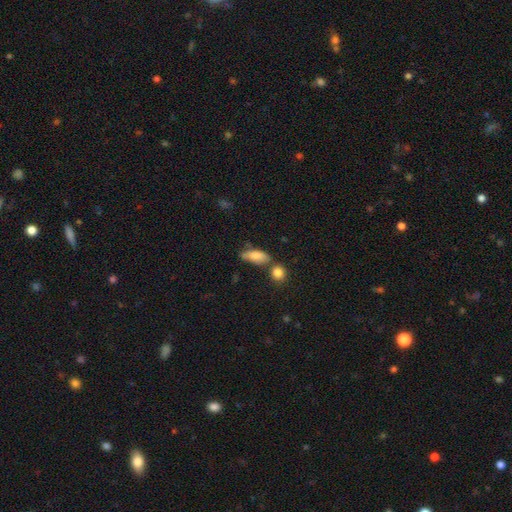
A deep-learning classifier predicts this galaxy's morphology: Smooth or featured? smooth (79%)
How rounded? in between (78%)
Merging? none (51%)